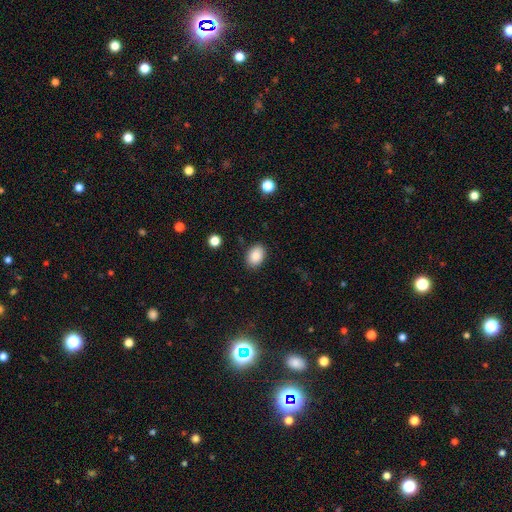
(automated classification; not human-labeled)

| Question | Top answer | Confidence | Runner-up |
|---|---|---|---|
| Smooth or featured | smooth | 88% | star or artifact (8%) |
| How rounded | in between | 78% | round (21%) |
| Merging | none | 86% | minor disturbance (10%) |